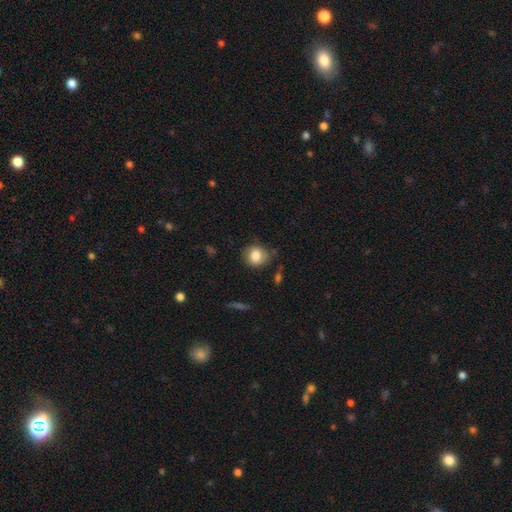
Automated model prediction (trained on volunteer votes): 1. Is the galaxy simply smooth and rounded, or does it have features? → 79% smooth, 12% featured or disk, 8% star or artifact.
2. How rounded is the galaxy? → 73% round, 26% in between, 1% cigar-shaped.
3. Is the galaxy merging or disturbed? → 73% none, 20% minor disturbance, 5% major disturbance, 2% merger.